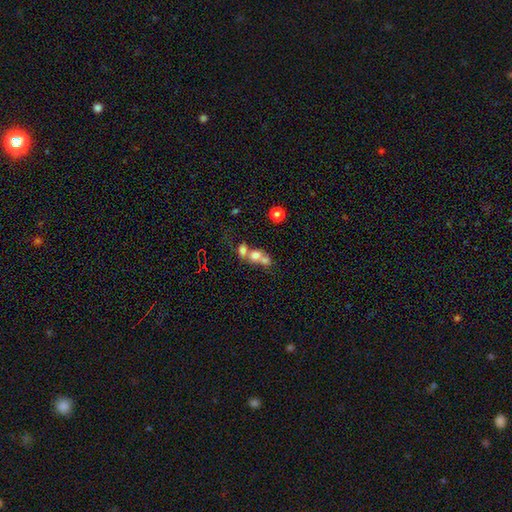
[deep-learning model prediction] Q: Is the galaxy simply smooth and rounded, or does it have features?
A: smooth — 66%.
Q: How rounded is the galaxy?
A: round — 55%.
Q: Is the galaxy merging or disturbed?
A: merger — 69%.